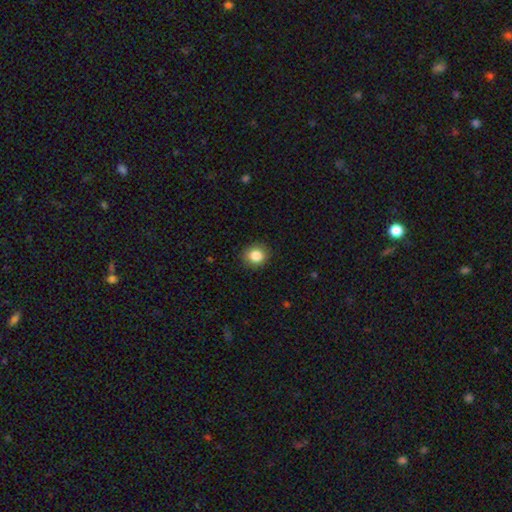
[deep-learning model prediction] Smooth or featured? smooth (85%)
How rounded? round (81%)
Merging? none (89%)